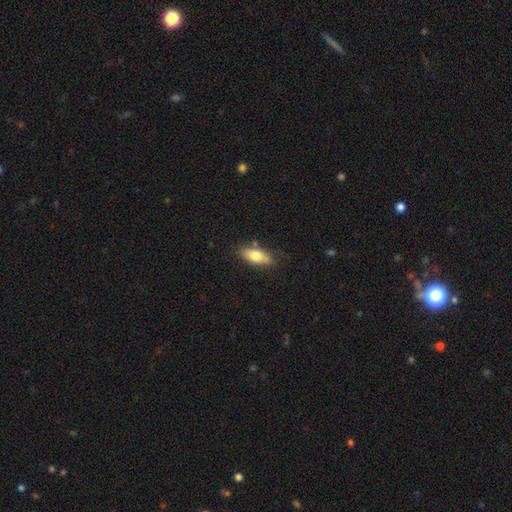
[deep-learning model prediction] This appears to be a smooth galaxy with no disk features (73%) that is in between round and cigar-shaped (79%). Merging: none (75%).